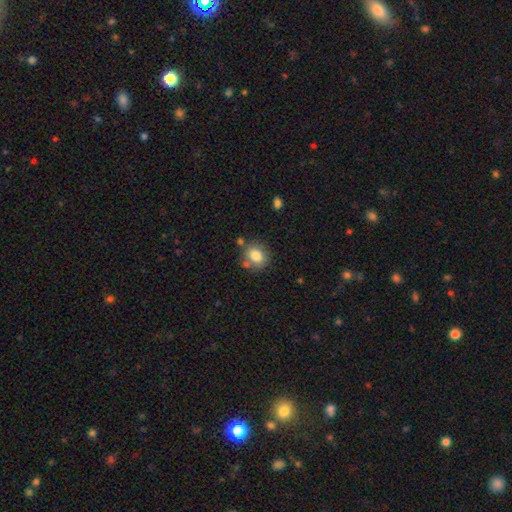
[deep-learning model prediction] smooth 82%, star or artifact 10%, featured or disk 9%. Down the decision tree: how rounded — round (66%); merging — none (72%).